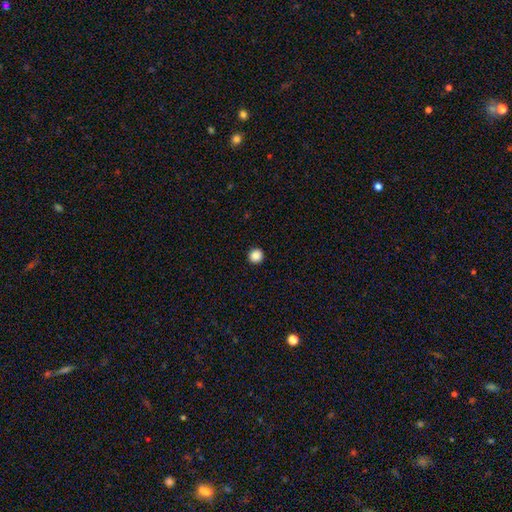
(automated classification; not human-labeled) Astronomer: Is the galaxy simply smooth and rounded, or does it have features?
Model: smooth — 88%.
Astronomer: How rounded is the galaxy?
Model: round — 96%.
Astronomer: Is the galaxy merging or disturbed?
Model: none — 94%.